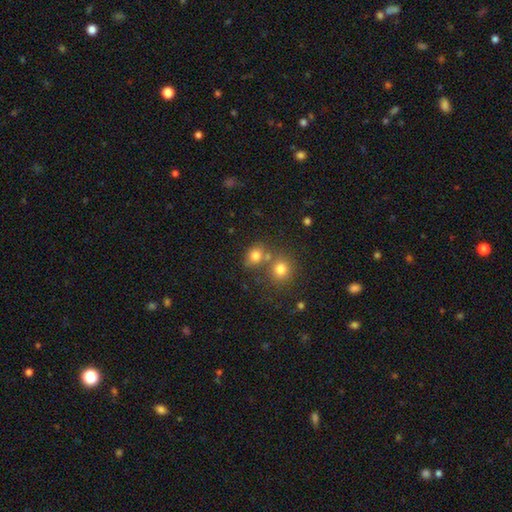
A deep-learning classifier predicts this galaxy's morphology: Smooth or featured?
  - smooth: 77% *
  - star or artifact: 14%
  - featured or disk: 9%
How rounded?
  - round: 63% *
  - in between: 36%
  - cigar-shaped: 1%
Merging?
  - none: 54% *
  - merger: 31%
  - minor disturbance: 11%
  - major disturbance: 5%